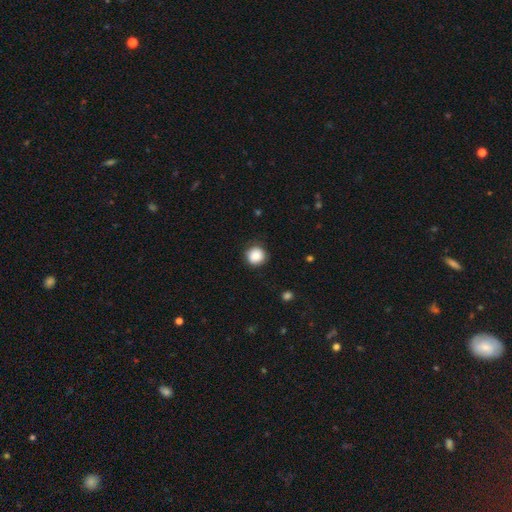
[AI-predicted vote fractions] The model was most divided on "smooth or featured": smooth: 85%, star or artifact: 9%, featured or disk: 6%. More confident: how rounded — round (94%); merging — none (86%).